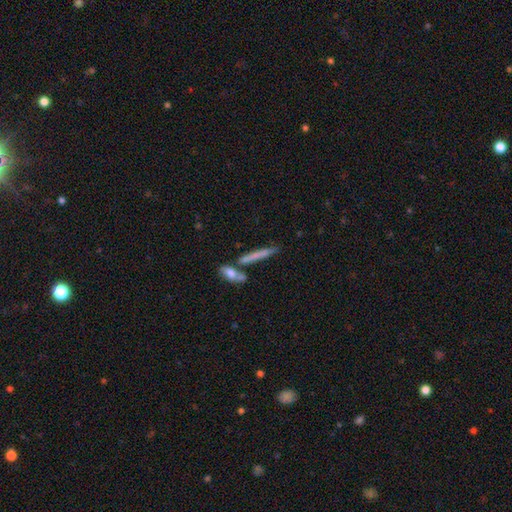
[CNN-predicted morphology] Smooth or featured?
  - smooth: 57% *
  - featured or disk: 34%
  - star or artifact: 9%
How rounded?
  - cigar-shaped: 88% *
  - in between: 9%
  - round: 3%
Merging?
  - none: 64% *
  - merger: 21%
  - minor disturbance: 11%
  - major disturbance: 4%